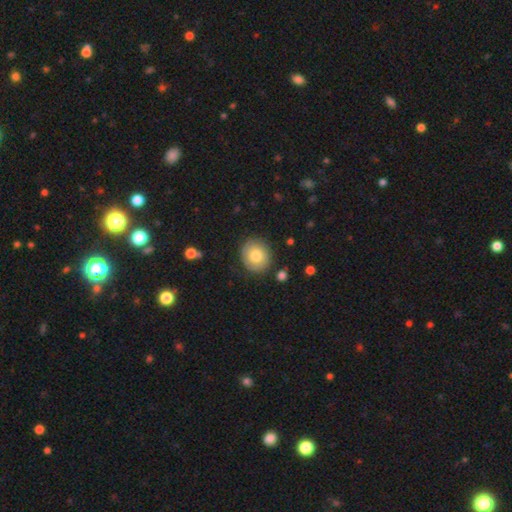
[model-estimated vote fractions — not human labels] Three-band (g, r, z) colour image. It shows a smooth galaxy with no disk features (78%) that is round (78%). Merging: none (86%).